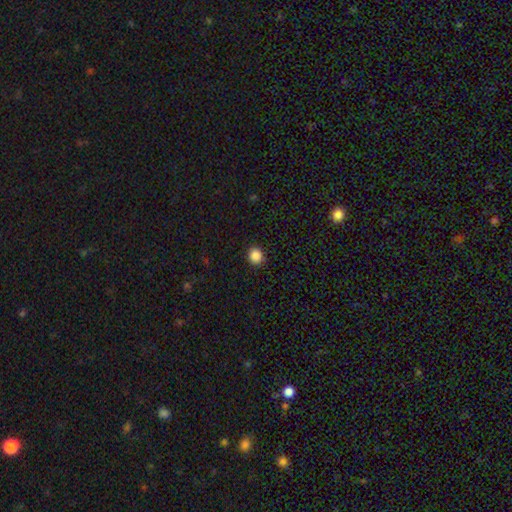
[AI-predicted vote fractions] A smooth galaxy with no disk features (87%) that is round (88%).

Vote fractions:
- Smooth or featured? smooth: 87% / star or artifact: 11% / featured or disk: 3%
- How rounded? round: 88% / in between: 11% / cigar-shaped: 1%
- Merging? none: 92% / minor disturbance: 5% / major disturbance: 2% / merger: 1%